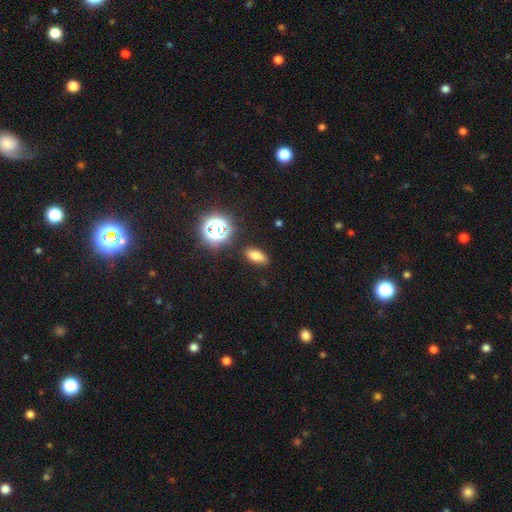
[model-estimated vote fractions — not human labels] This appears to be a smooth galaxy with no disk features (74%) that is in between round and cigar-shaped (81%). Merging: none (85%).